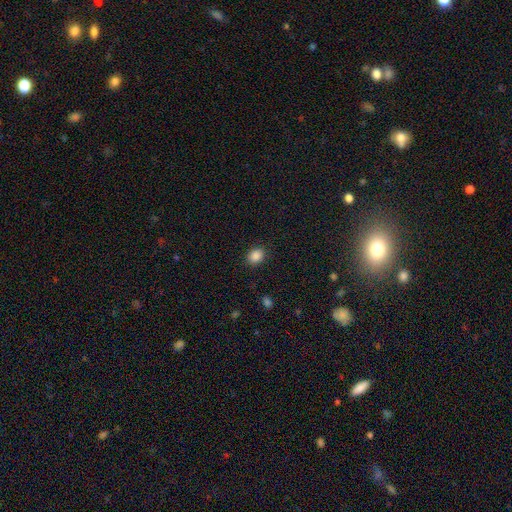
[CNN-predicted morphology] Smooth or featured?
  - smooth: 88% *
  - star or artifact: 9%
  - featured or disk: 3%
How rounded?
  - in between: 54% *
  - round: 45%
  - cigar-shaped: 1%
Merging?
  - none: 89% *
  - minor disturbance: 8%
  - major disturbance: 2%
  - merger: 1%